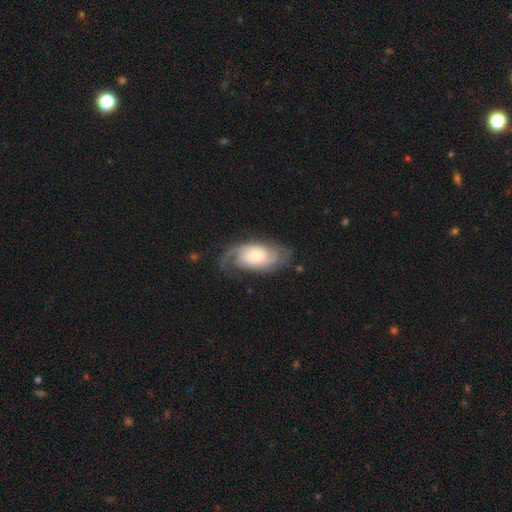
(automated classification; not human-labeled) Overall: featured or disk (81%). Edge-on disk: no (95%). Bar: no (64%; weak 30%). Spiral arms: yes (96%). Spiral arm count: 2 (67%). Spiral winding: medium (42%; tight 38%). Bulge size: moderate (53%; small 22%). Merging: none (69%).